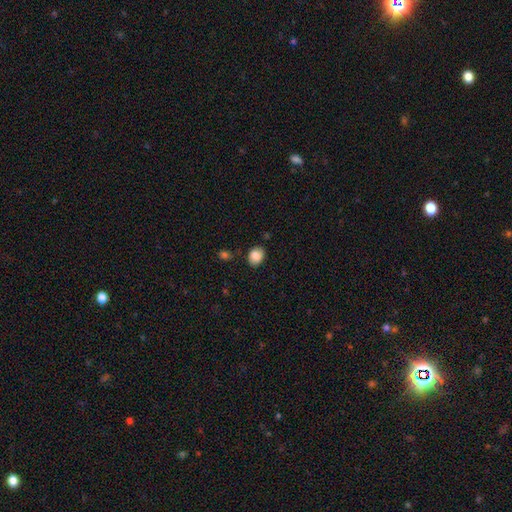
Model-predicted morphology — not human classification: smooth-or-featured: smooth: 84% | star or artifact: 8% | featured or disk: 8%
  how-rounded: in between: 64% | round: 35% | cigar-shaped: 1%
  merging: none: 79% | minor disturbance: 15% | major disturbance: 3% | merger: 3%